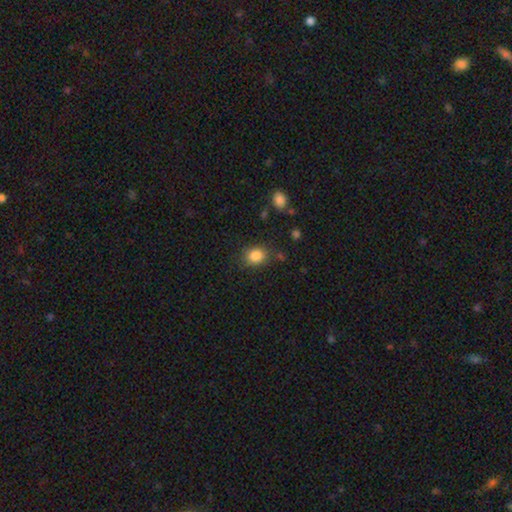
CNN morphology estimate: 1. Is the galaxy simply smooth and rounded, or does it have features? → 85% smooth, 10% star or artifact, 5% featured or disk.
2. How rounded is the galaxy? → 57% round, 42% in between, 1% cigar-shaped.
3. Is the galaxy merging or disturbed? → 80% none, 13% minor disturbance, 4% major disturbance, 3% merger.